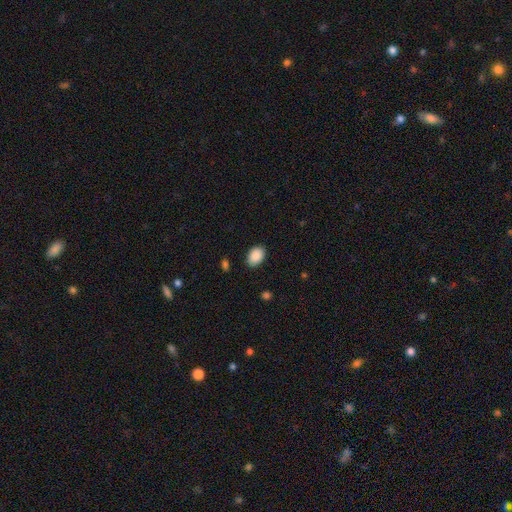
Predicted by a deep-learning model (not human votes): smooth 90%, star or artifact 7%, featured or disk 3%. Down the decision tree: how rounded — in between (83%); merging — none (86%).